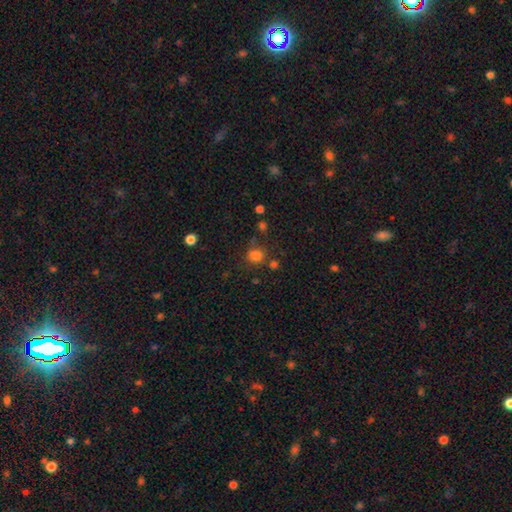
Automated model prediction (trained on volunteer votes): A smooth galaxy with no disk features (79%) that is round (69%).

Vote fractions:
- Smooth or featured? smooth: 79% / star or artifact: 15% / featured or disk: 6%
- How rounded? round: 69% / in between: 30% / cigar-shaped: 1%
- Merging? none: 67% / minor disturbance: 15% / merger: 11% / major disturbance: 6%